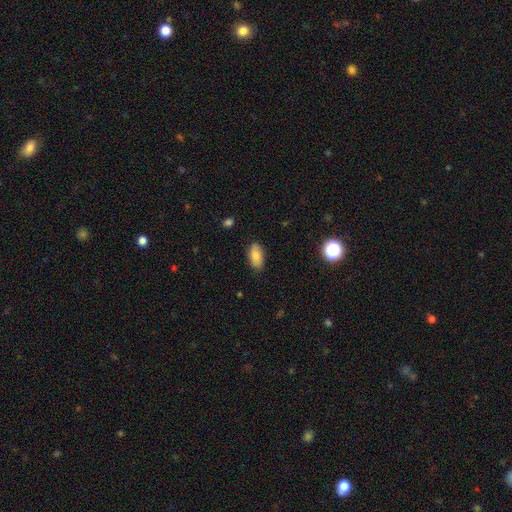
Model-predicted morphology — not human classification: type=smooth (81%); roundness=in between (91%); merging=none (84%).